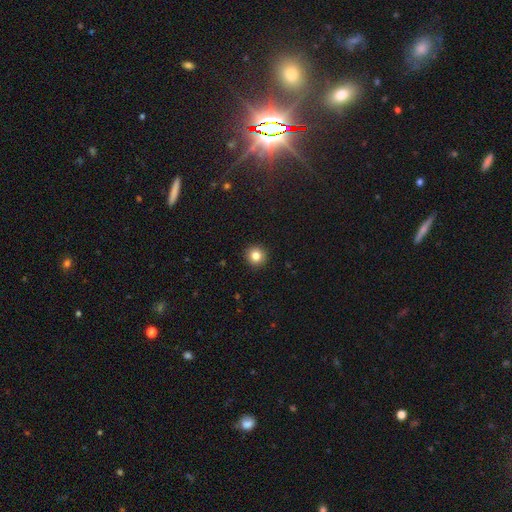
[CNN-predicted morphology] Smooth or featured? Predicted: smooth (p=0.83). How rounded? Predicted: round (p=0.94). Merging? Predicted: none (p=0.93).